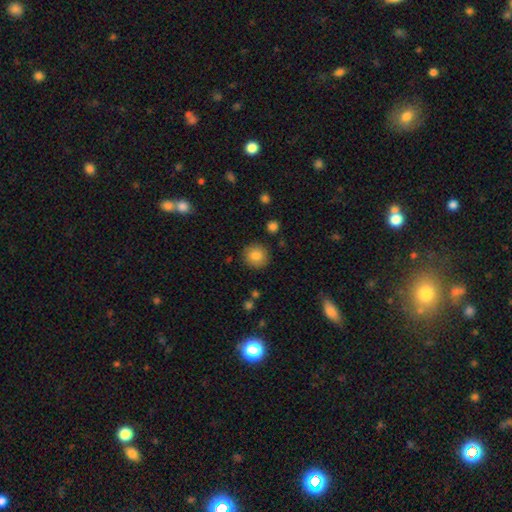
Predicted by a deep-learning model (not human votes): The model was most divided on "smooth or featured": smooth: 84%, star or artifact: 9%, featured or disk: 7%. More confident: how rounded — round (92%); merging — none (89%).